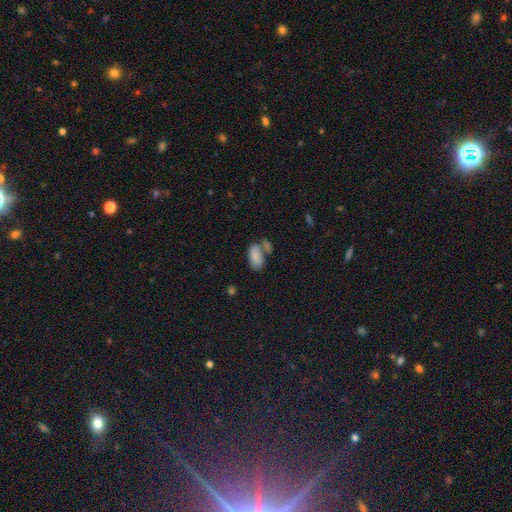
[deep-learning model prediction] This appears to be a smooth galaxy with no disk features (83%) that is in between round and cigar-shaped (94%). Merging: none (43%).